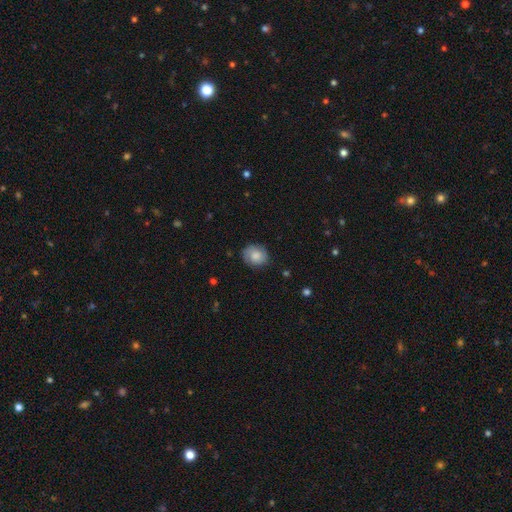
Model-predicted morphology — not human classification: smooth-or-featured: smooth: 80% | featured or disk: 13% | star or artifact: 7%
  how-rounded: round: 64% | in between: 35% | cigar-shaped: 1%
  merging: none: 79% | minor disturbance: 17% | major disturbance: 4% | merger: 1%